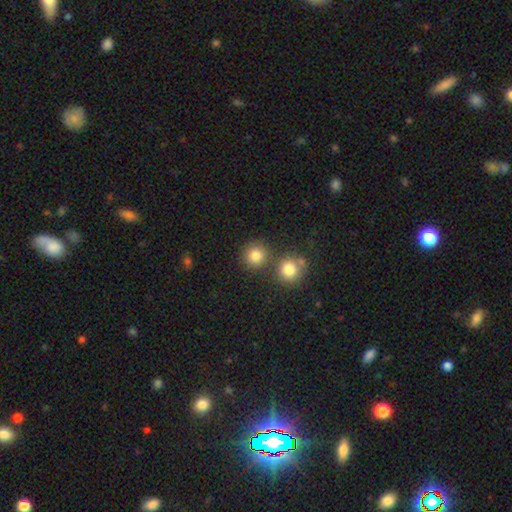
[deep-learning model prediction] Morphology: type=smooth (83%); roundness=round (91%); merging=none (72%).